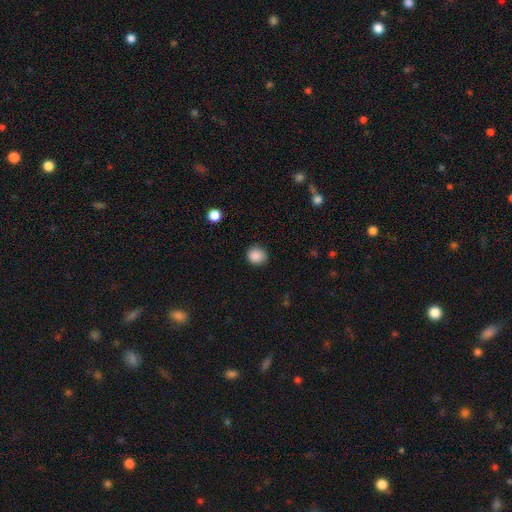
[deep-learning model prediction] smooth 88%, star or artifact 9%, featured or disk 3%. Down the decision tree: how rounded — round (84%); merging — none (86%).